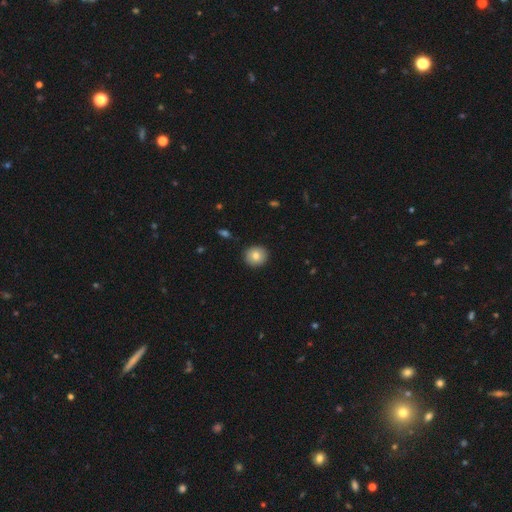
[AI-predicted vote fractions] This appears to be a smooth galaxy with no disk features (79%) that is round (90%). Merging: none (91%).